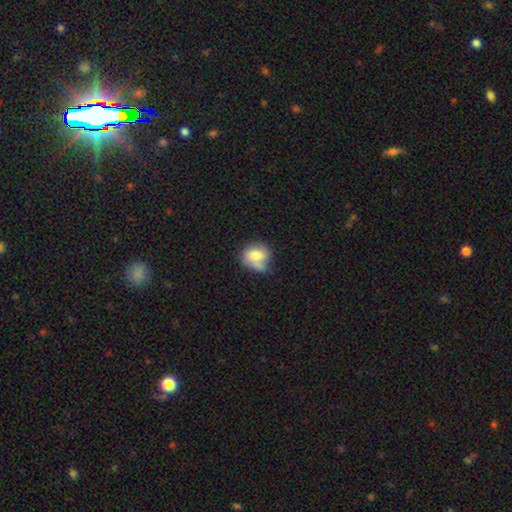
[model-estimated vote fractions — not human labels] Smooth or featured? smooth (69%)
How rounded? round (60%)
Merging? none (40%)